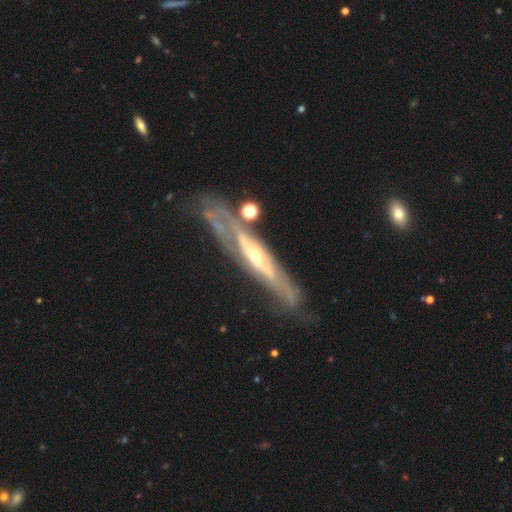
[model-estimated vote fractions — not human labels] smooth-or-featured: featured or disk: 82% | smooth: 13% | star or artifact: 6%
  disk-edge-on: no: 50% (tied) | yes: 50% (tied)
  merging: none: 61% | minor disturbance: 19% | major disturbance: 13% | merger: 6%